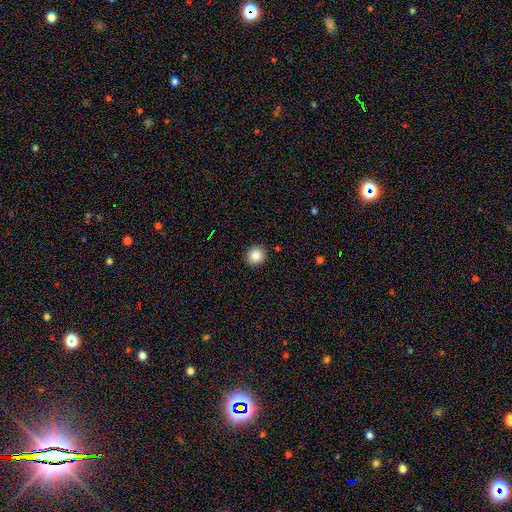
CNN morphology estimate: Smooth or featured?
  - smooth: 85% *
  - star or artifact: 10%
  - featured or disk: 5%
How rounded?
  - round: 91% *
  - in between: 8%
  - cigar-shaped: 1%
Merging?
  - none: 91% *
  - minor disturbance: 6%
  - major disturbance: 2%
  - merger: 1%